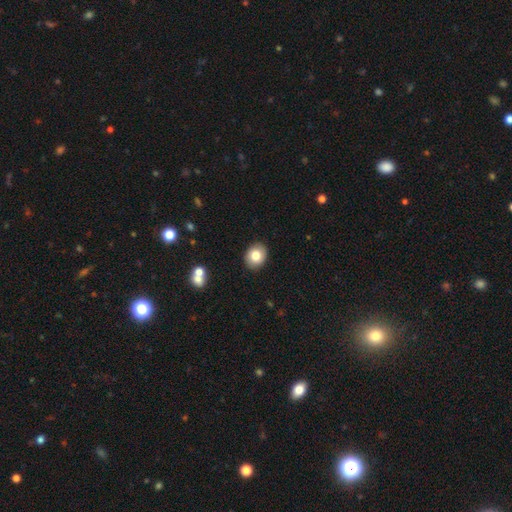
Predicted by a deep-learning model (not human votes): Morphology: type=smooth (80%); roundness=round (53%); merging=none (90%).